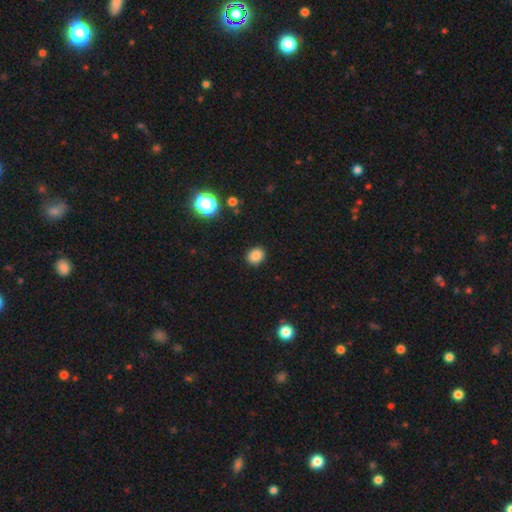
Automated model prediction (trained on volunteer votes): Overall: smooth (84%). How rounded: round (66%; in between 33%). Merging: none (90%).